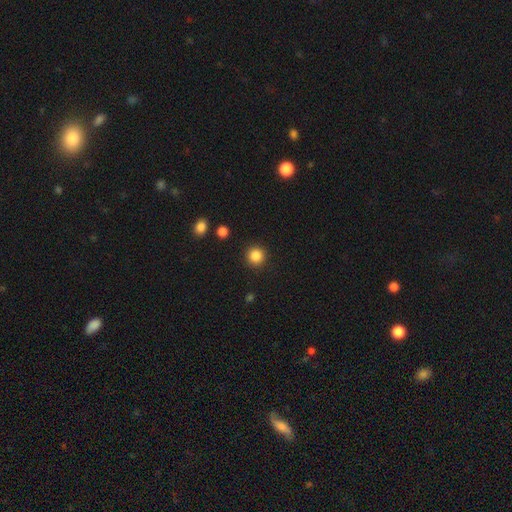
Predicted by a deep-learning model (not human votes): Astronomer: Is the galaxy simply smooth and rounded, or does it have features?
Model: smooth — 85%.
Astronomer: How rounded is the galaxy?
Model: round — 94%.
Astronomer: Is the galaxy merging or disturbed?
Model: none — 91%.